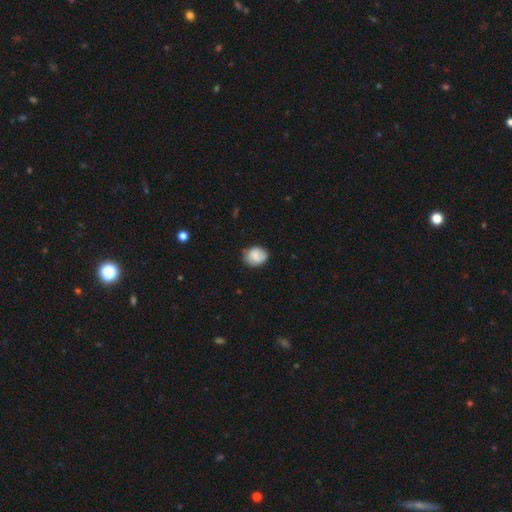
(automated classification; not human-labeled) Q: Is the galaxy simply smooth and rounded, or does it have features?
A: smooth — 78%.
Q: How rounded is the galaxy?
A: round — 58%.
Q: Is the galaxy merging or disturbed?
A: none — 72%.